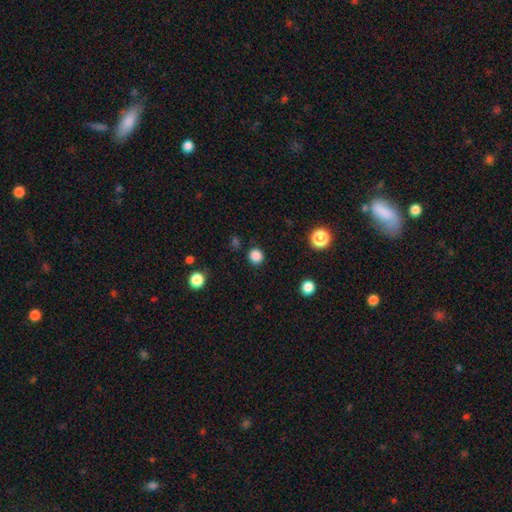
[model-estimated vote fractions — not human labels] smooth-or-featured: smooth: 85% | star or artifact: 12% | featured or disk: 3%
  how-rounded: round: 88% | in between: 11% | cigar-shaped: 1%
  merging: none: 89% | minor disturbance: 7% | major disturbance: 3% | merger: 2%